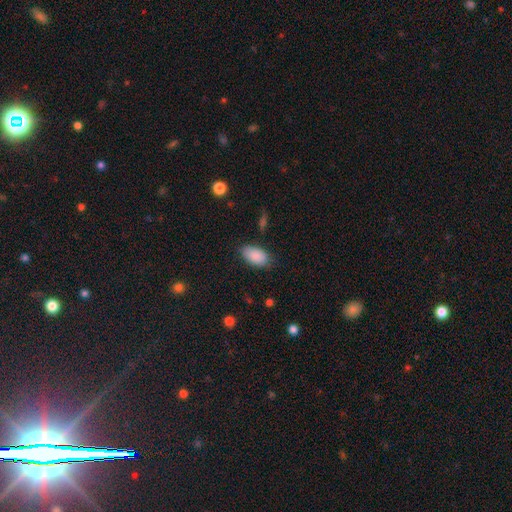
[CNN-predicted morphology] Smooth or featured?
  - smooth: 89% *
  - star or artifact: 7%
  - featured or disk: 5%
How rounded?
  - in between: 93% *
  - round: 5%
  - cigar-shaped: 2%
Merging?
  - none: 80% *
  - minor disturbance: 15%
  - major disturbance: 4%
  - merger: 2%